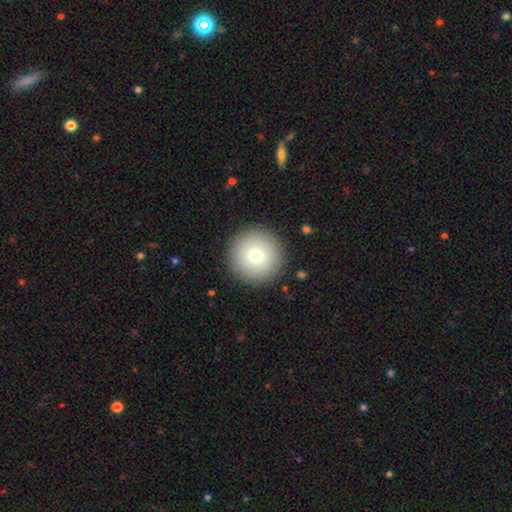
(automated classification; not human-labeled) Smooth or featured?
  - smooth: 74% *
  - featured or disk: 15%
  - star or artifact: 10%
How rounded?
  - round: 97% *
  - in between: 3%
  - cigar-shaped: 1%
Merging?
  - none: 92% *
  - minor disturbance: 5%
  - major disturbance: 2%
  - merger: 1%